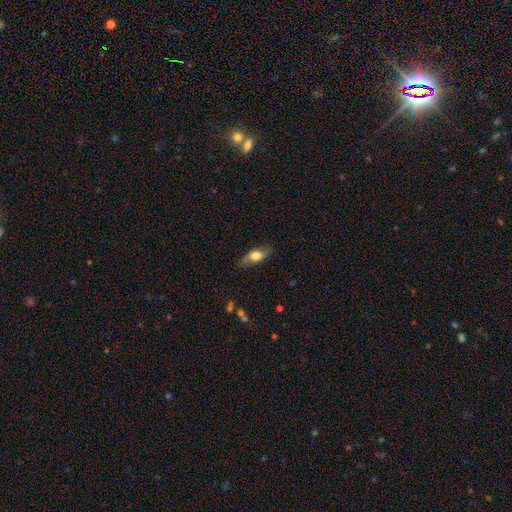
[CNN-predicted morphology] A smooth galaxy with no disk features (53%) that is in between round and cigar-shaped (75%). Merging: none (78%).